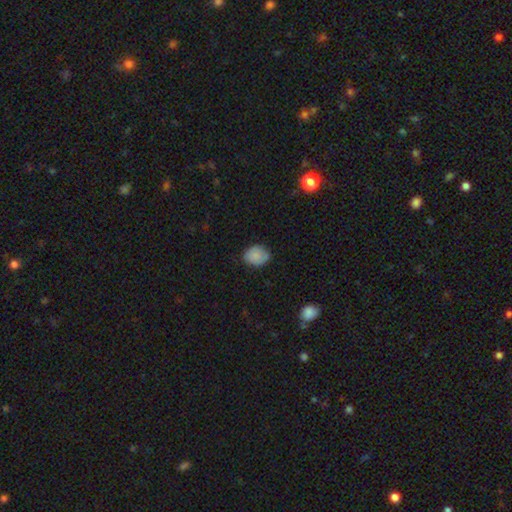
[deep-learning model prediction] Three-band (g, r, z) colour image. It shows a smooth galaxy with no disk features (83%) that is in between round and cigar-shaped (53%). Merging: none (73%).